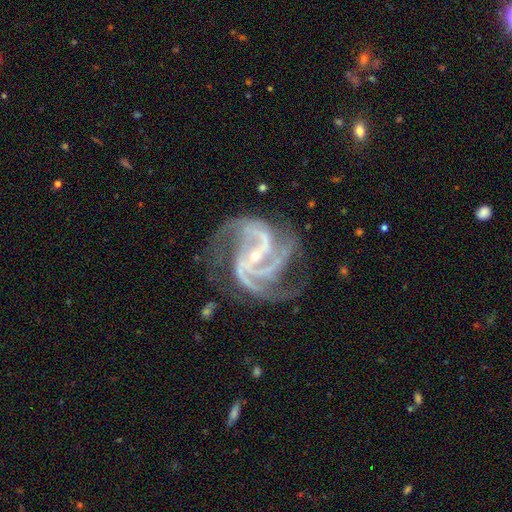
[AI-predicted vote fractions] Morphology: type=featured or disk (93%); edge-on=no (98%); bar=strong (38%); spiral arms=yes (99%); winding=medium (59%); arm count=3 (48%); bulge=small (77%); merging=none (62%).